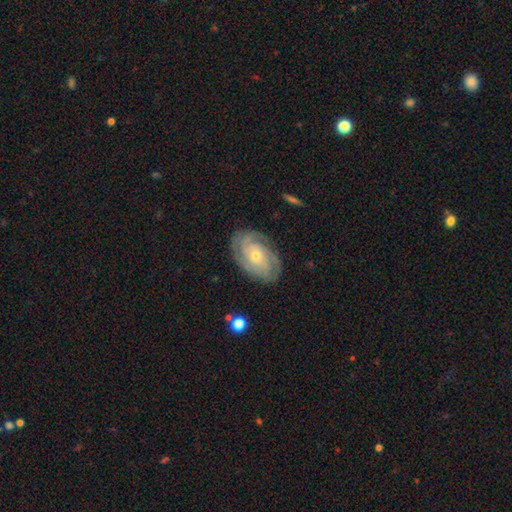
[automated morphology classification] smooth_or_featured: featured or disk (p=0.85) [alt: smooth p=0.09]
disk_edge_on: no (p=0.97) [alt: yes p=0.03]
bar: no (p=0.73) [alt: weak p=0.22]
has_spiral_arms: yes (p=0.97) [alt: no p=0.03]
spiral_winding: tight (p=0.70) [alt: medium p=0.25]
spiral_arm_count: 3 (p=0.29) [alt: can't tell p=0.22]
bulge_size: small (p=0.67) [alt: moderate p=0.29]
merging: none (p=0.81) [alt: minor disturbance p=0.14]